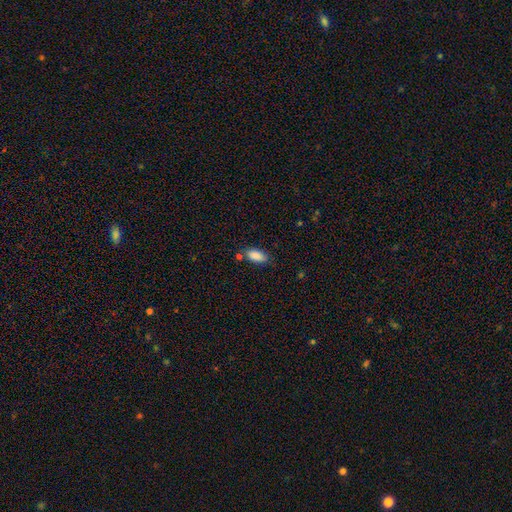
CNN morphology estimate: This is clearly a smooth galaxy (87%). How rounded: clearly in between (87%). Merging: likely none (73%).